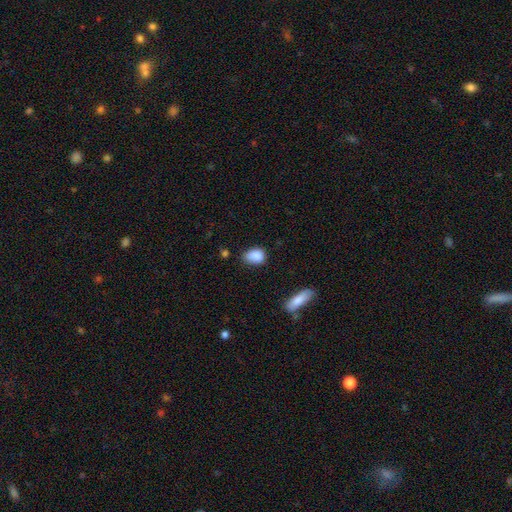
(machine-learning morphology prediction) Overall: smooth (87%). How rounded: in between (77%). Merging: none (60%; minor disturbance 31%).